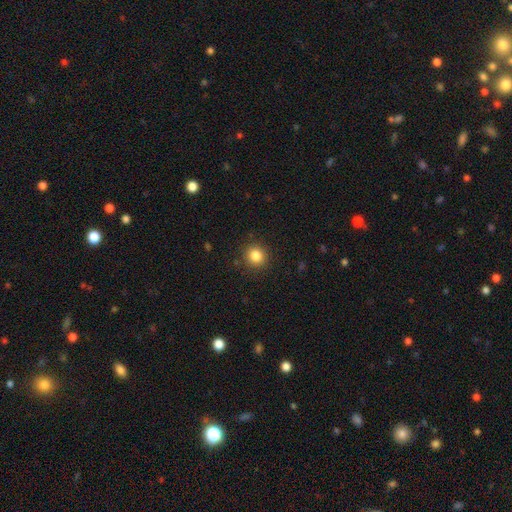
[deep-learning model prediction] Overall: smooth (84%). How rounded: round (92%). Merging: none (90%).